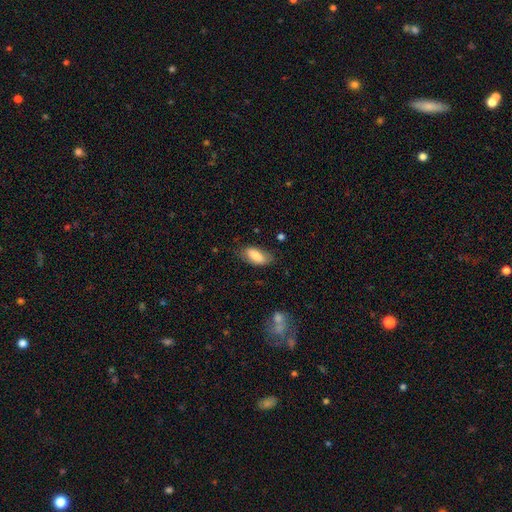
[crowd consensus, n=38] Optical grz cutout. It shows a smooth galaxy with no disk features (84%) that is in between round and cigar-shaped (91%). Merging: none (57%).